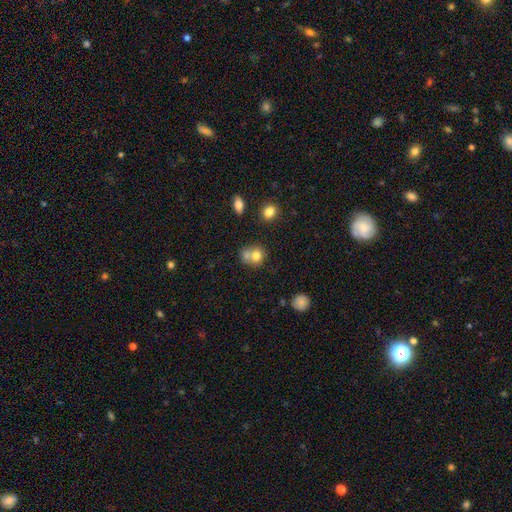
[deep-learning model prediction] A smooth galaxy with no disk features (73%) that is round (73%). Merging: merger (54%).